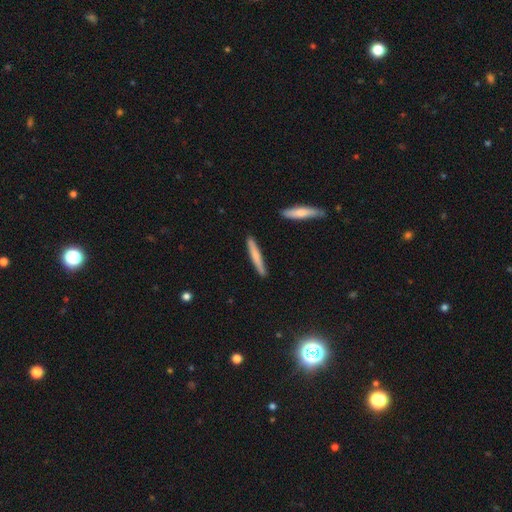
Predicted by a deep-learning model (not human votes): A smooth galaxy with no disk features (67%) that is cigar-shaped (95%). Merging: none (89%).